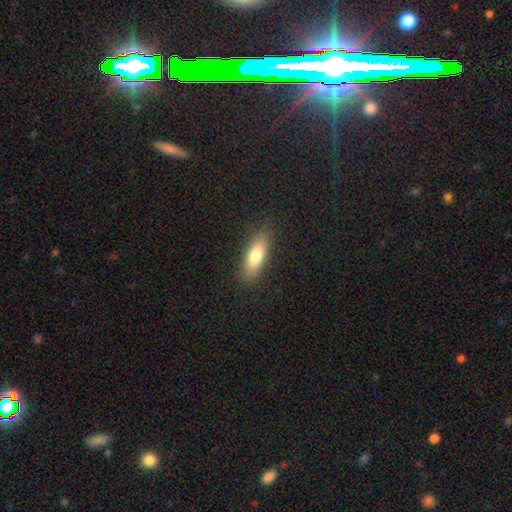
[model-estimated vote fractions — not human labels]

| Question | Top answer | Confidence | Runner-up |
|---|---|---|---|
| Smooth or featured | smooth | 77% | featured or disk (17%) |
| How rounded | in between | 60% | cigar-shaped (37%) |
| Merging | none | 86% | minor disturbance (10%) |